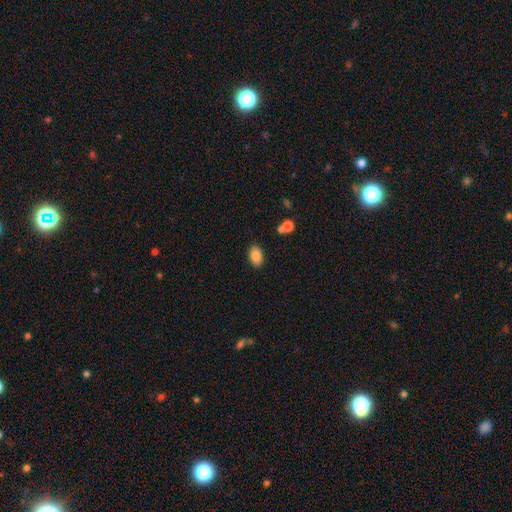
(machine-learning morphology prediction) Smooth or featured: smooth — 85% (star or artifact — 8%)
How rounded: in between — 90% (round — 9%)
Merging: none — 86% (minor disturbance — 9%)